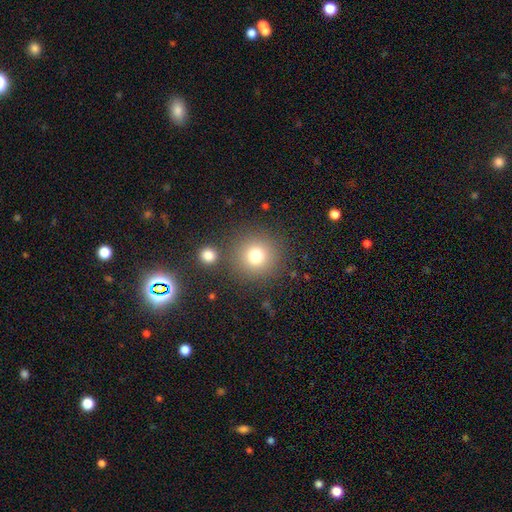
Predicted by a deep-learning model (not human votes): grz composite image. It shows a smooth galaxy with no disk features (77%) that is round (95%). Merging: none (82%).